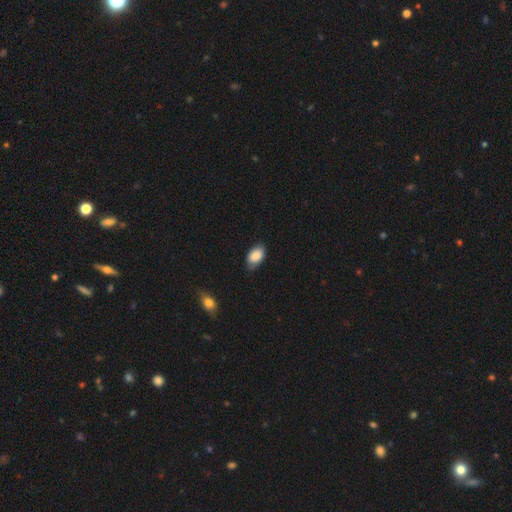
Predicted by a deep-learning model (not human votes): Smooth or featured: smooth — 86% (featured or disk — 7%)
How rounded: in between — 93% (round — 6%)
Merging: none — 75% (minor disturbance — 21%)